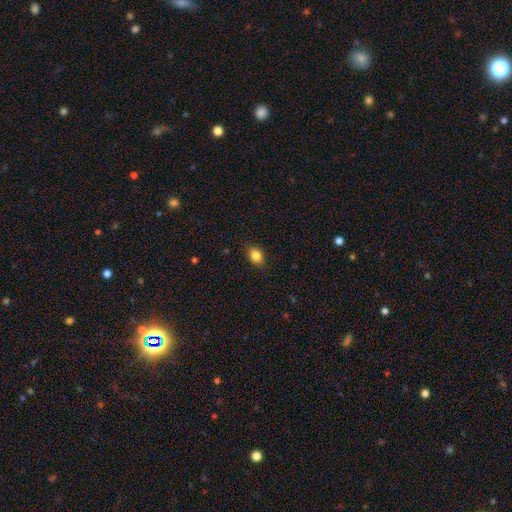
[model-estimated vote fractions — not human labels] Smooth or featured?
  - smooth: 84% *
  - star or artifact: 10%
  - featured or disk: 6%
How rounded?
  - in between: 70% *
  - round: 28%
  - cigar-shaped: 2%
Merging?
  - none: 87% *
  - minor disturbance: 10%
  - major disturbance: 2%
  - merger: 1%